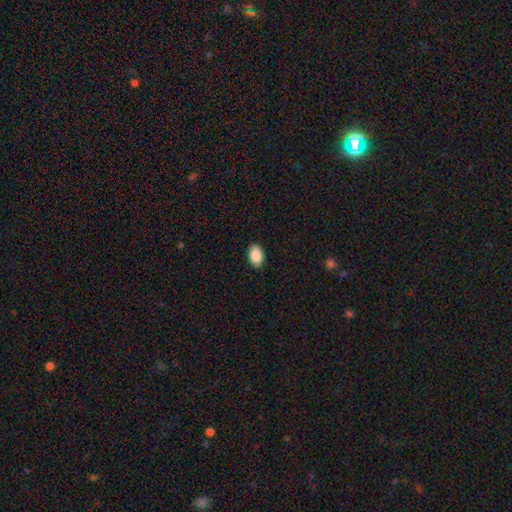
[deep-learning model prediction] Smooth or featured? smooth (87%)
How rounded? in between (91%)
Merging? none (89%)